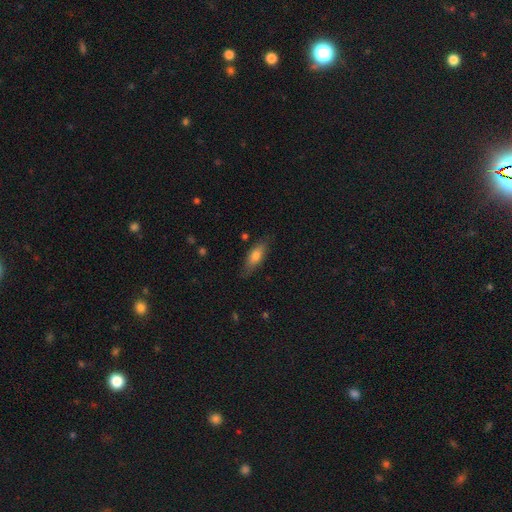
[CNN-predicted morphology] Q: Smooth or featured?
A: smooth (71%); runner-up: featured or disk (22%)
Q: How rounded?
A: in between (68%); runner-up: cigar-shaped (29%)
Q: Merging?
A: none (78%); runner-up: minor disturbance (17%)